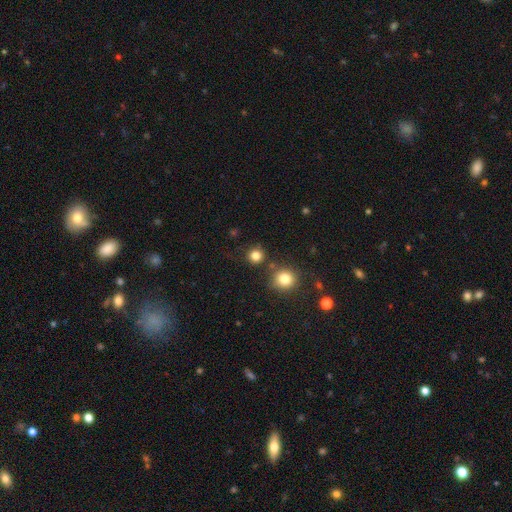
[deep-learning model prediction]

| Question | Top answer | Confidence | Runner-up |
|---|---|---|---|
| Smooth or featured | smooth | 82% | star or artifact (14%) |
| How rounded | round | 92% | in between (7%) |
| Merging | none | 83% | minor disturbance (7%) |